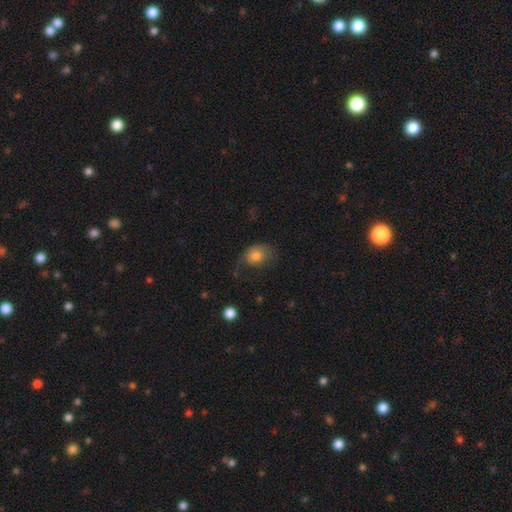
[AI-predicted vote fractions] Q: Smooth or featured?
A: smooth (75%); runner-up: featured or disk (17%)
Q: How rounded?
A: in between (58%); runner-up: round (41%)
Q: Merging?
A: none (40%); runner-up: minor disturbance (29%)